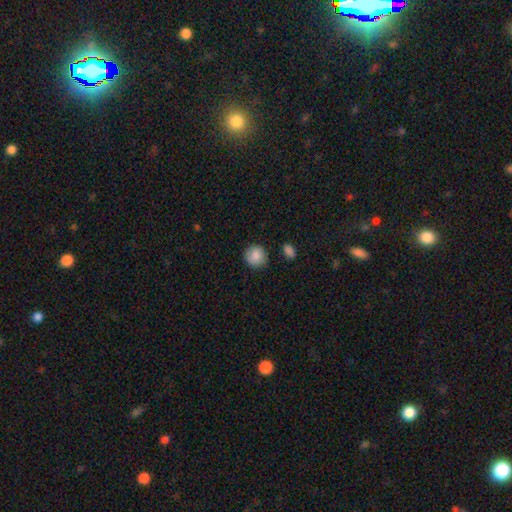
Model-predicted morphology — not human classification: Smooth or featured? smooth (86%)
How rounded? round (89%)
Merging? none (84%)